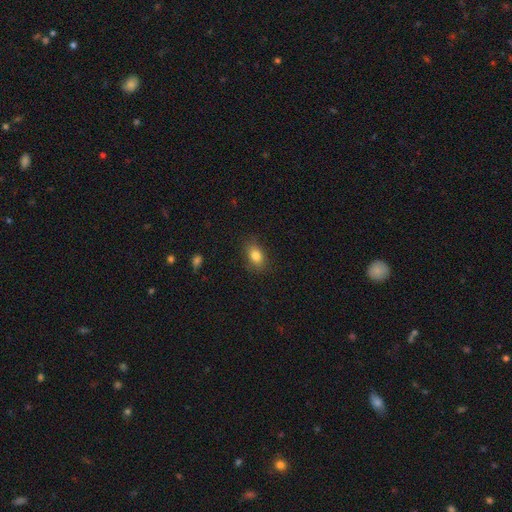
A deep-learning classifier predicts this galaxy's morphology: This appears to be a smooth galaxy with no disk features (82%) that is in between round and cigar-shaped (81%). Merging: none (82%).